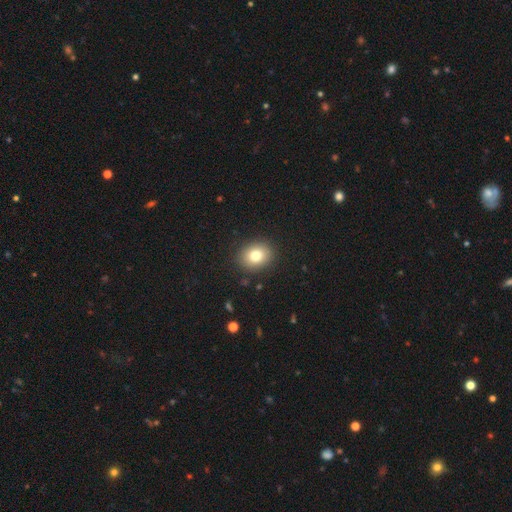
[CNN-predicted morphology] A smooth galaxy with no disk features (80%) that is round (55%). Merging: none (89%).